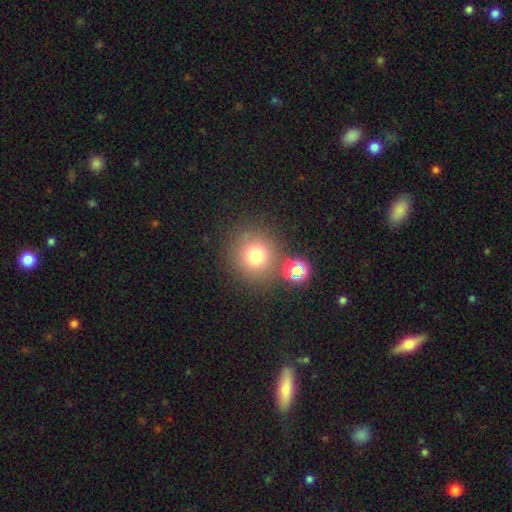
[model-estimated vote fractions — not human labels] Overall: smooth (74%). How rounded: round (91%). Merging: none (75%).